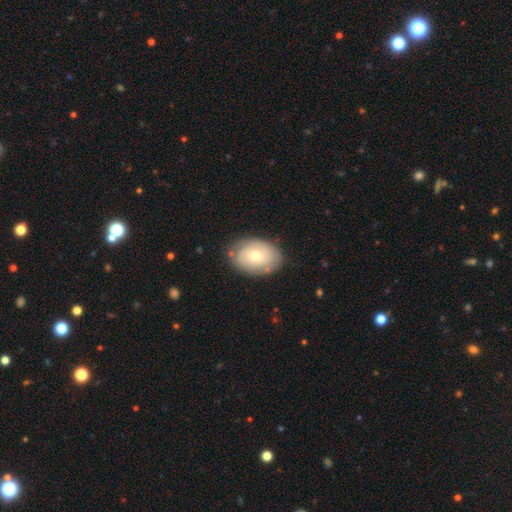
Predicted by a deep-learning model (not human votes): smooth_or_featured: smooth (p=0.58) [alt: featured or disk p=0.35]
how_rounded: in between (p=0.80) [alt: round p=0.19]
merging: none (p=0.76) [alt: minor disturbance p=0.17]